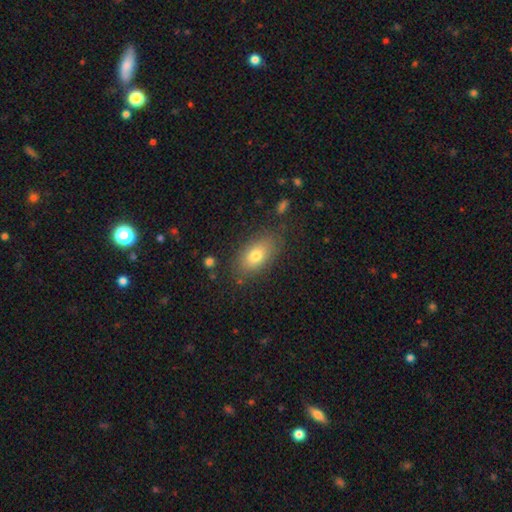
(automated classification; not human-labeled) Overall: smooth (77%). How rounded: in between (88%). Merging: none (81%).